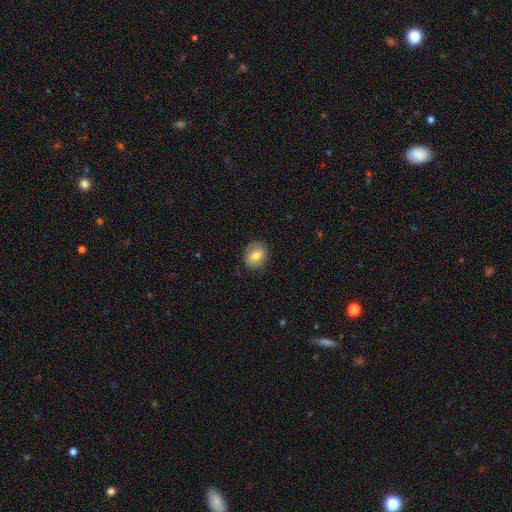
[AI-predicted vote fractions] This is likely a smooth galaxy (72%). How rounded: likely round (65%). Merging: clearly none (85%).